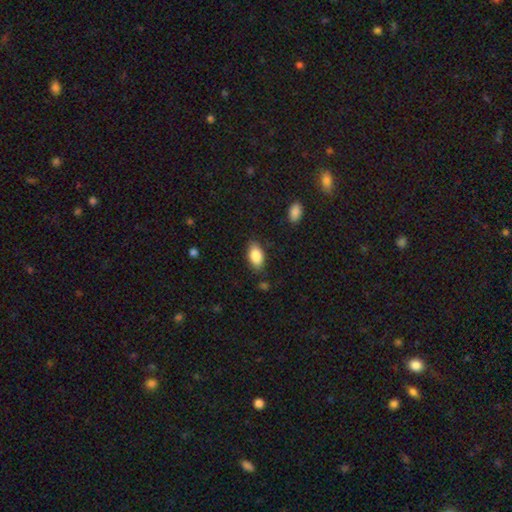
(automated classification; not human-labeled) A smooth galaxy with no disk features (87%) that is in between round and cigar-shaped (92%). Merging: none (82%).